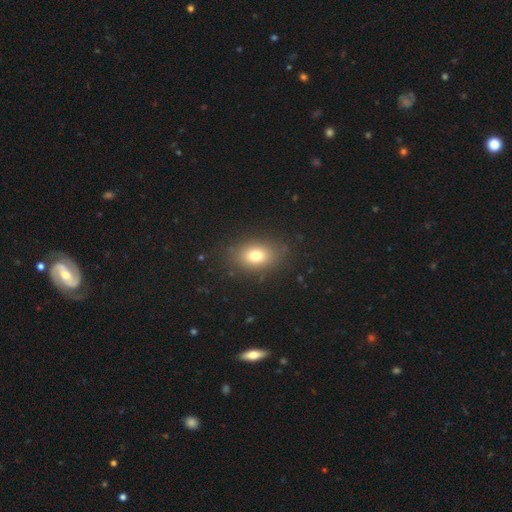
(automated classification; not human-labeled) Smooth or featured?
  - smooth: 75% *
  - featured or disk: 12%
  - star or artifact: 12%
How rounded?
  - in between: 74% *
  - round: 25%
  - cigar-shaped: 2%
Merging?
  - none: 83% *
  - minor disturbance: 11%
  - major disturbance: 4%
  - merger: 1%